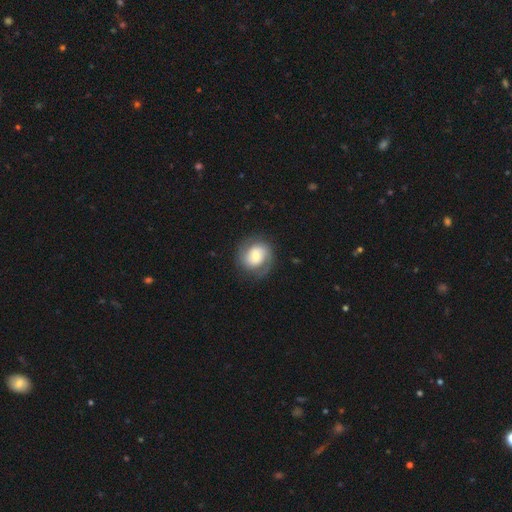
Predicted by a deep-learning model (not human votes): Smooth or featured?
  - featured or disk: 49% *
  - smooth: 44%
  - star or artifact: 8%
Merging?
  - none: 74% *
  - minor disturbance: 16%
  - major disturbance: 9%
  - merger: 1%